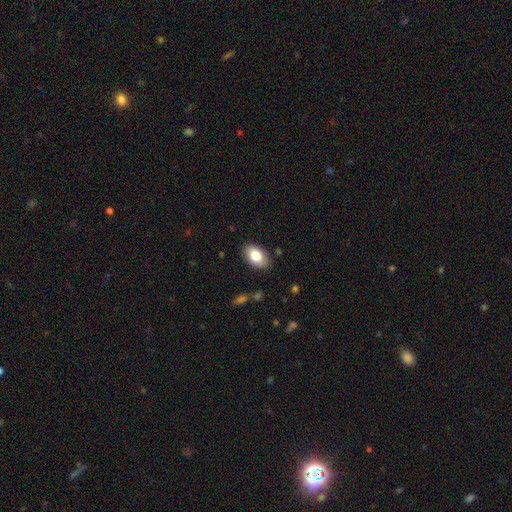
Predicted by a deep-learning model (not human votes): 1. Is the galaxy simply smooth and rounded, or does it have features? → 81% smooth, 12% featured or disk, 7% star or artifact.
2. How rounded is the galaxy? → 92% in between, 6% round, 1% cigar-shaped.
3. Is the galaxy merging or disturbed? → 85% none, 11% minor disturbance, 2% major disturbance, 1% merger.